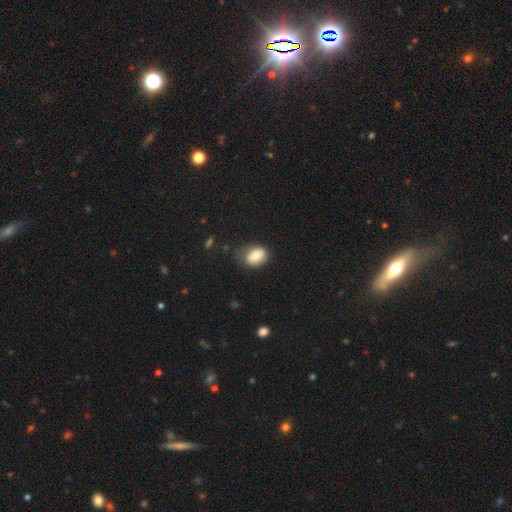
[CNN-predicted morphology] smooth_or_featured: smooth (p=0.79) [alt: featured or disk p=0.13]
how_rounded: in between (p=0.67) [alt: round p=0.31]
merging: none (p=0.61) [alt: minor disturbance p=0.28]